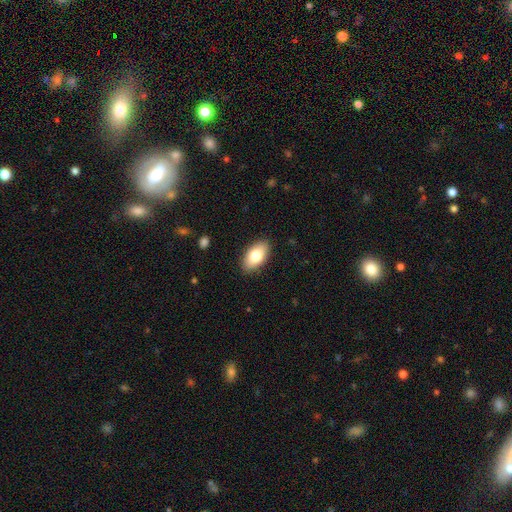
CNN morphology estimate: Smooth or featured?
  - smooth: 78% *
  - featured or disk: 15%
  - star or artifact: 7%
How rounded?
  - in between: 94% *
  - round: 4%
  - cigar-shaped: 3%
Merging?
  - none: 88% *
  - minor disturbance: 9%
  - major disturbance: 2%
  - merger: 1%